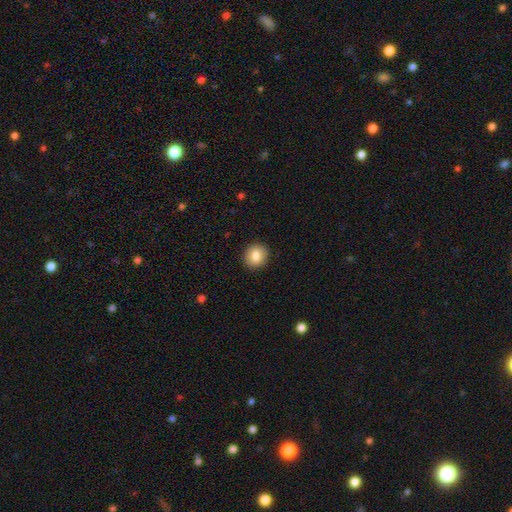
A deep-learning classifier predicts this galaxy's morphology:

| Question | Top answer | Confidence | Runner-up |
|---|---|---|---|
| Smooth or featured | smooth | 83% | star or artifact (8%) |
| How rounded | round | 83% | in between (16%) |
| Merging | none | 91% | minor disturbance (6%) |